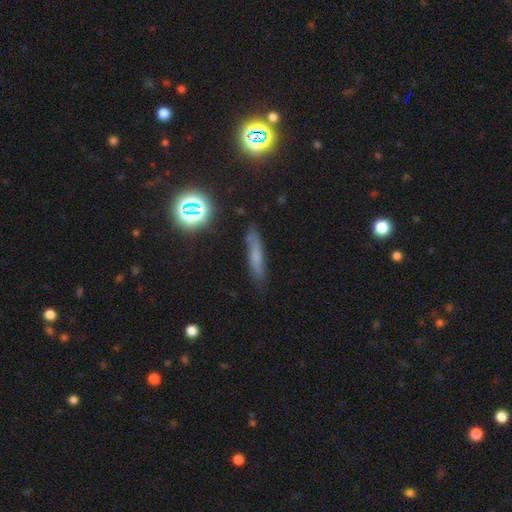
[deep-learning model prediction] smooth-or-featured: smooth: 53% | featured or disk: 29% | star or artifact: 19%
  how-rounded: cigar-shaped: 83% | in between: 12% | round: 5%
  merging: none: 78% | minor disturbance: 16% | major disturbance: 4% | merger: 2%